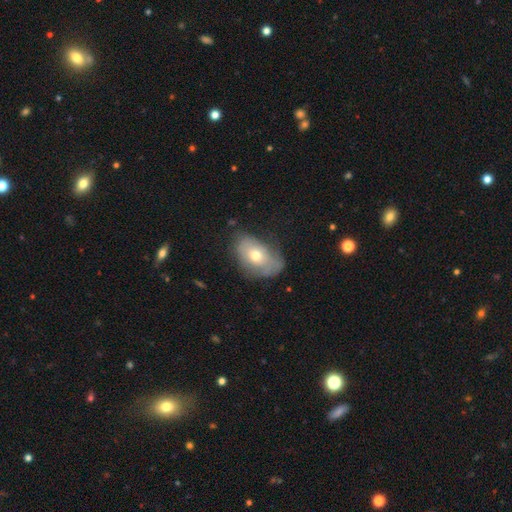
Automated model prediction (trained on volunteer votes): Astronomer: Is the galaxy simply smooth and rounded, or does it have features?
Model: smooth — 60%.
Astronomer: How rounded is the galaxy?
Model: in between — 84%.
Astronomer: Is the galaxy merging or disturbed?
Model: none — 49% (runner-up: minor disturbance, 33%).